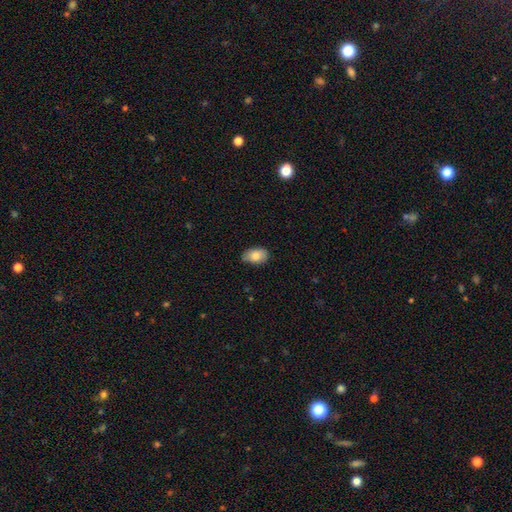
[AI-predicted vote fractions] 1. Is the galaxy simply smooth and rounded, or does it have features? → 83% smooth, 10% featured or disk, 7% star or artifact.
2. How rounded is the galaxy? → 90% in between, 9% round, 1% cigar-shaped.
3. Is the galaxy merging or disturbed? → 73% none, 23% minor disturbance, 3% major disturbance, 1% merger.